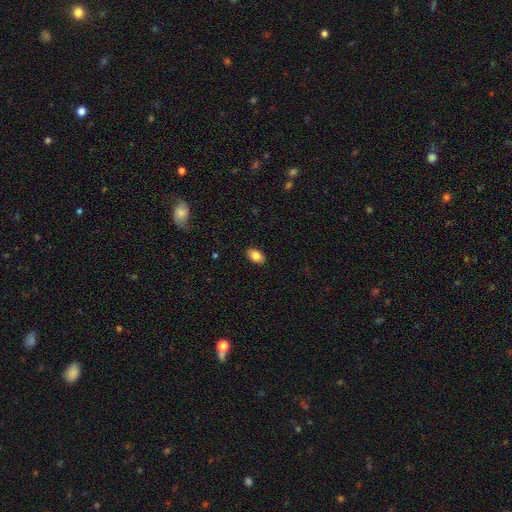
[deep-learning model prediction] This is clearly a smooth galaxy (85%). How rounded: clearly in between (89%). Merging: clearly none (89%).